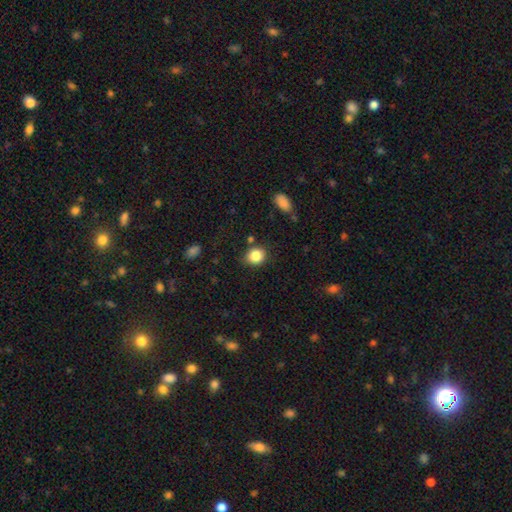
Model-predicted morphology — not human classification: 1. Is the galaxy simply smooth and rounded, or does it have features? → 85% smooth, 10% star or artifact, 5% featured or disk.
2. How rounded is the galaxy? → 72% round, 27% in between, 1% cigar-shaped.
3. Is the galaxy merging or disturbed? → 81% none, 12% minor disturbance, 4% merger, 3% major disturbance.